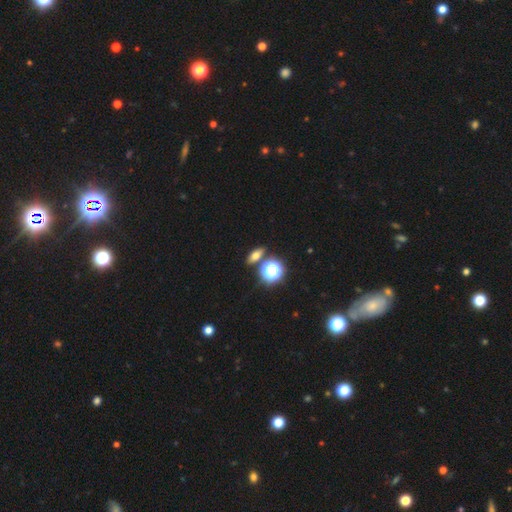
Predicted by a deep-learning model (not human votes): Smooth or featured?
  - smooth: 60% *
  - star or artifact: 21%
  - featured or disk: 19%
How rounded?
  - in between: 64% *
  - round: 21%
  - cigar-shaped: 15%
Merging?
  - none: 80% *
  - minor disturbance: 9%
  - merger: 8%
  - major disturbance: 3%